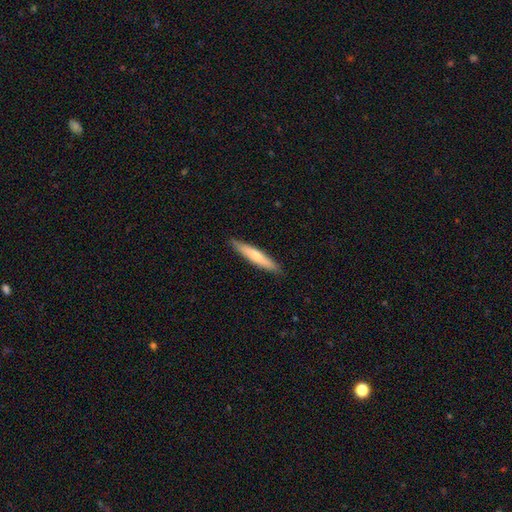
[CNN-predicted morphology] Smooth or featured? smooth (65%)
How rounded? cigar-shaped (91%)
Merging? none (89%)